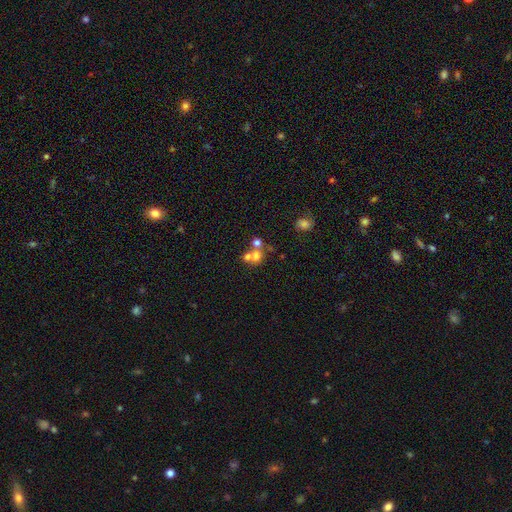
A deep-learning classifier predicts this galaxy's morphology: This appears to be a smooth galaxy with no disk features (63%) that is round (78%). Merging: merger (54%).